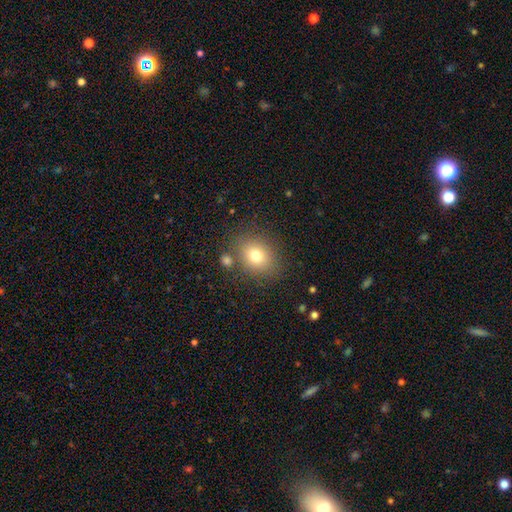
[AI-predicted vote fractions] This appears to be a smooth galaxy with no disk features (76%) that is round (50%). Merging: none (78%).